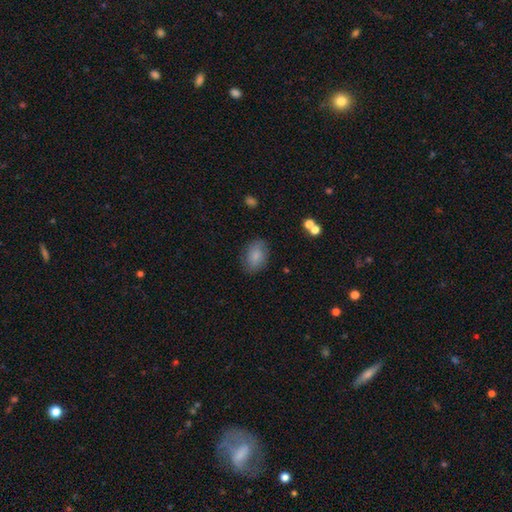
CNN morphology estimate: smooth_or_featured: smooth (p=0.77) [alt: featured or disk p=0.15]
how_rounded: in between (p=0.80) [alt: round p=0.19]
merging: none (p=0.79) [alt: minor disturbance p=0.16]